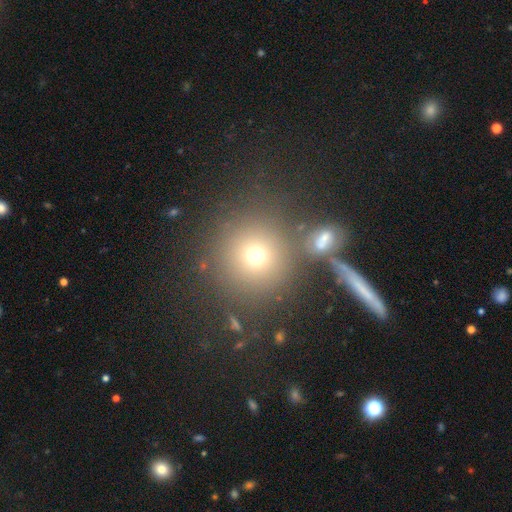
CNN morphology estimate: Smooth or featured? smooth (71%)
How rounded? round (93%)
Merging? none (72%)